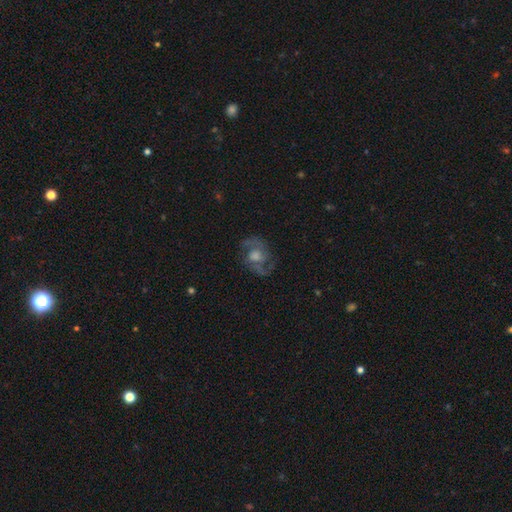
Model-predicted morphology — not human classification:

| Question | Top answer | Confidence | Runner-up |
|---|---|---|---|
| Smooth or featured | featured or disk | 78% | smooth (13%) |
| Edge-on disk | no | 97% | yes (3%) |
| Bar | no | 59% | weak (34%) |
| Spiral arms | yes | 91% | no (9%) |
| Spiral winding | medium | 55% | loose (25%) |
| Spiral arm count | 2 | 81% | can't tell (8%) |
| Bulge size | moderate | 50% | large (25%) |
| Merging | none | 73% | minor disturbance (15%) |